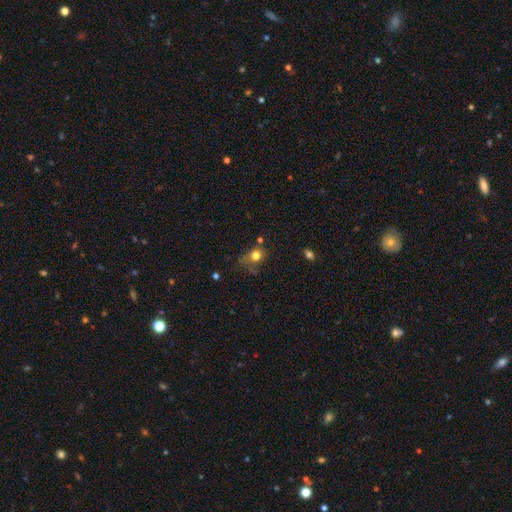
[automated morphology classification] A smooth galaxy with no disk features (74%) that is round (70%). Merging: none (48%).